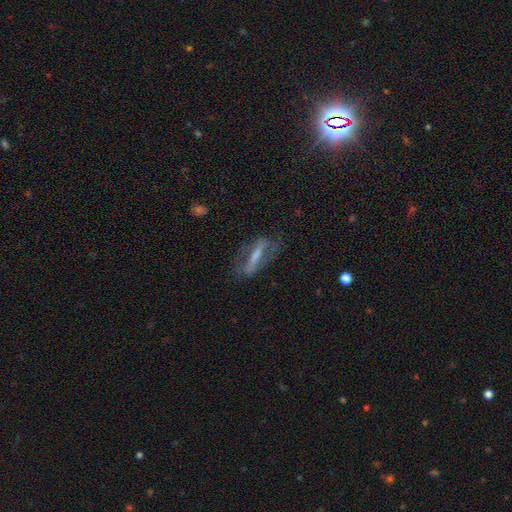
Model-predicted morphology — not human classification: Q: Smooth or featured?
A: featured or disk (63%); runner-up: smooth (26%)
Q: Edge-on disk?
A: no (55%); runner-up: yes (45%)
Q: Merging?
A: none (66%); runner-up: minor disturbance (18%)